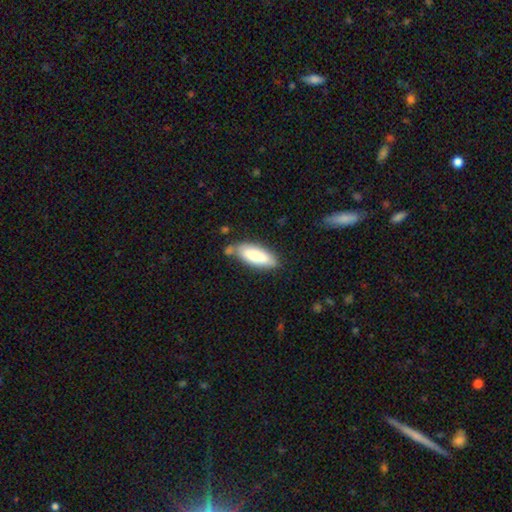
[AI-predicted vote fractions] Smooth or featured: smooth — 78% (featured or disk — 17%)
How rounded: in between — 69% (cigar-shaped — 30%)
Merging: none — 63% (minor disturbance — 22%)